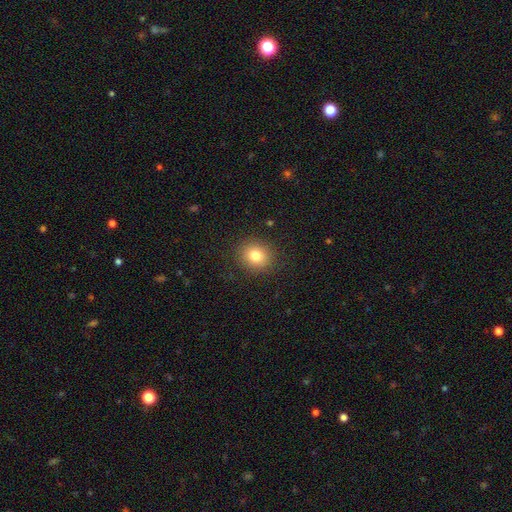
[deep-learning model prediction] The model was most divided on "how rounded": round: 77%, in between: 22%, cigar-shaped: 1%. More confident: merging — none (88%); smooth or featured — smooth (81%).